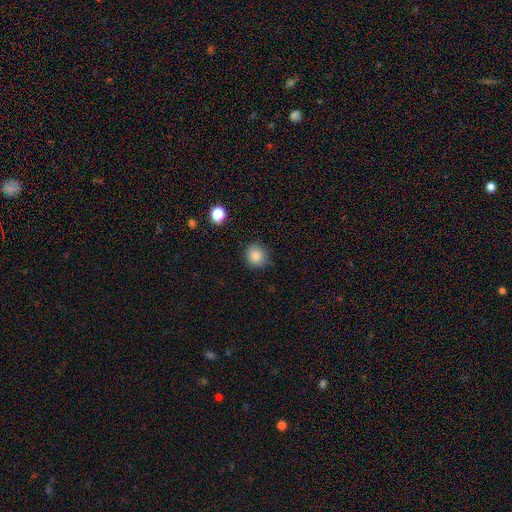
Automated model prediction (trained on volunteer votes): A smooth galaxy with no disk features (84%) that is round (81%). Merging: none (79%).